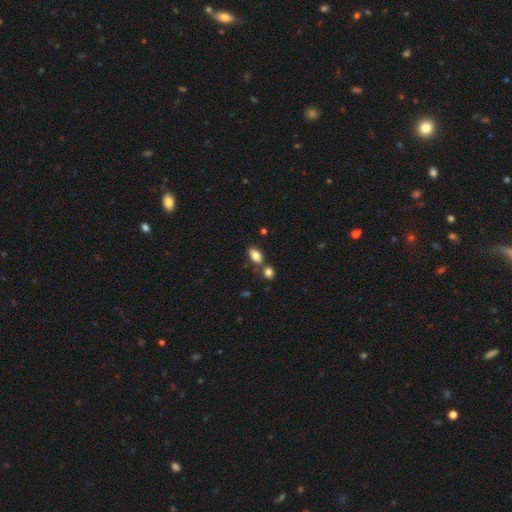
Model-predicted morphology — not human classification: This appears to be a smooth galaxy with no disk features (85%) that is in between round and cigar-shaped (90%). Merging: none (64%).